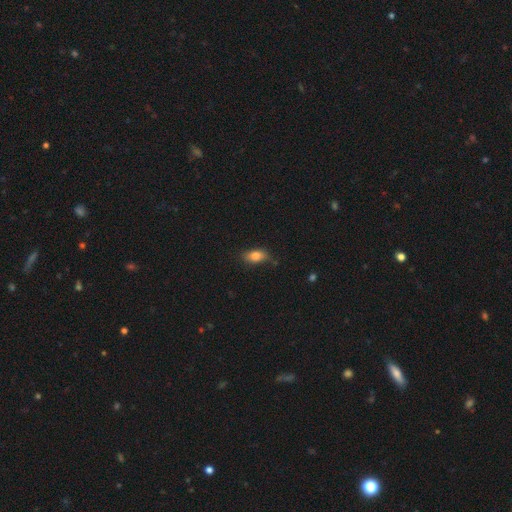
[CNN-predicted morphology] This is clearly a smooth galaxy (82%). How rounded: clearly in between (87%). Merging: likely none (75%).